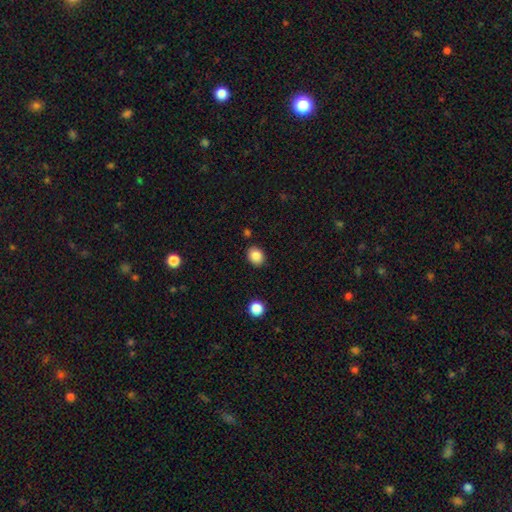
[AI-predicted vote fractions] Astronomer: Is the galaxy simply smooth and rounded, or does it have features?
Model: smooth — 86%.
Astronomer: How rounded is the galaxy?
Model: round — 52% (runner-up: in between, 48%).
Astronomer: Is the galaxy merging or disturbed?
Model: none — 86%.